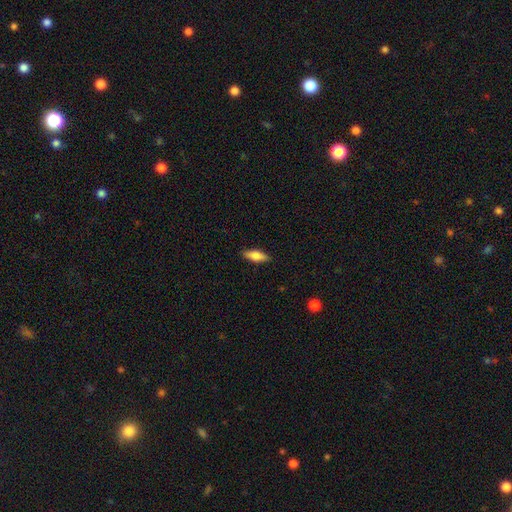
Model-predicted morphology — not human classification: A smooth galaxy with no disk features (77%) that is in between round and cigar-shaped (65%).

Vote fractions:
- Smooth or featured? smooth: 77% / featured or disk: 17% / star or artifact: 6%
- How rounded? in between: 65% / cigar-shaped: 33% / round: 2%
- Merging? none: 87% / minor disturbance: 10% / major disturbance: 2% / merger: 1%